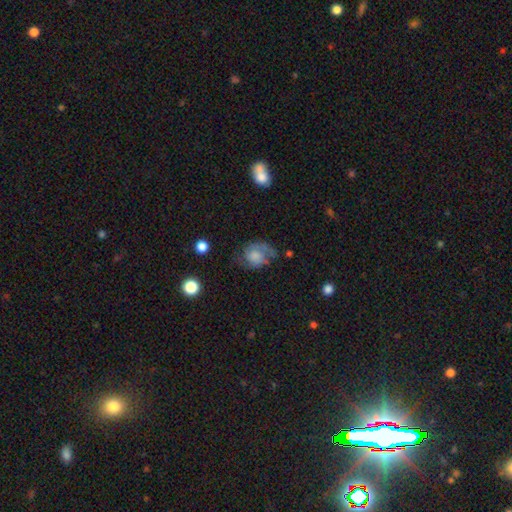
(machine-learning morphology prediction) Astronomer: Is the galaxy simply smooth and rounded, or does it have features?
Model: featured or disk — 47% (runner-up: smooth, 44%).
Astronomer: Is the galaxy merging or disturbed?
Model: none — 45% (runner-up: minor disturbance, 29%).